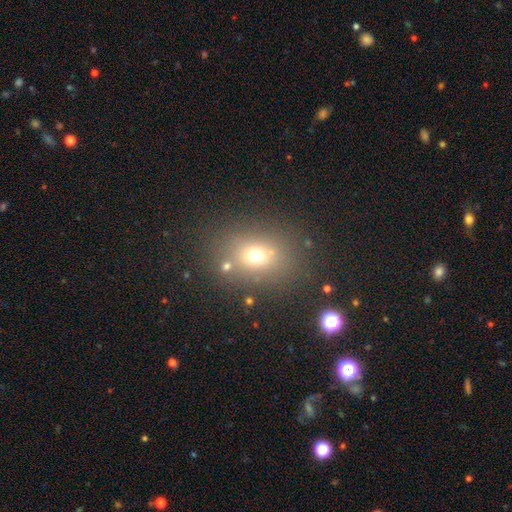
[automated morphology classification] Overall: smooth (67%). How rounded: round (51%; in between 48%). Merging: none (74%).